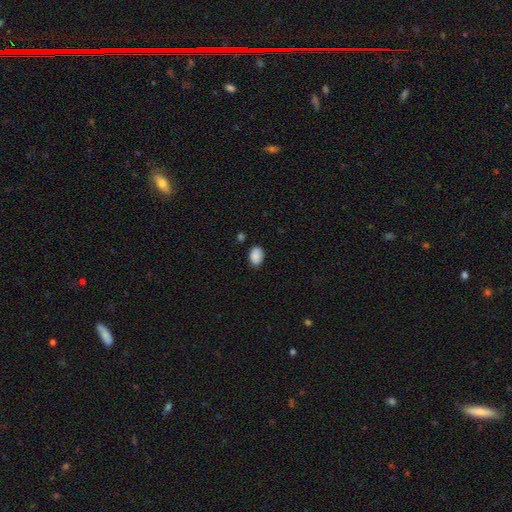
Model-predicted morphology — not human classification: Q: Smooth or featured?
A: smooth (88%); runner-up: star or artifact (8%)
Q: How rounded?
A: in between (84%); runner-up: round (15%)
Q: Merging?
A: none (80%); runner-up: minor disturbance (15%)